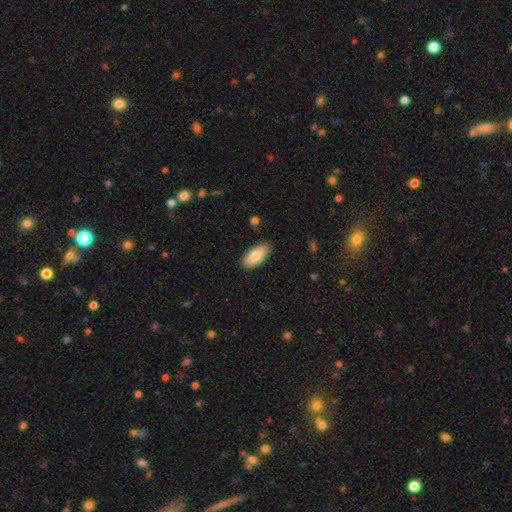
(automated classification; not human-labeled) smooth-or-featured: smooth: 78% | featured or disk: 16% | star or artifact: 6%
  how-rounded: in between: 90% | cigar-shaped: 8% | round: 2%
  merging: none: 87% | minor disturbance: 10% | major disturbance: 2% | merger: 1%